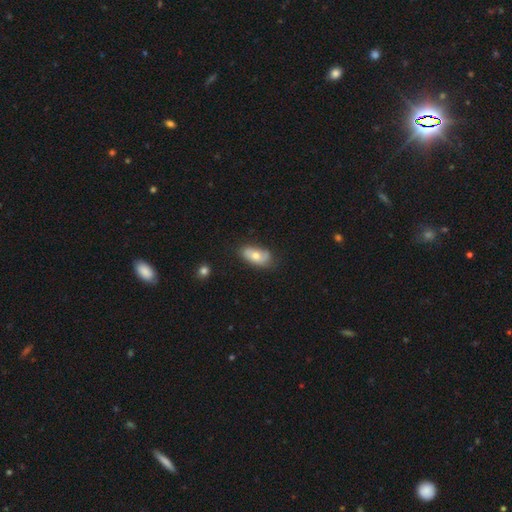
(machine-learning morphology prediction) Smooth or featured? Predicted: smooth (p=0.62). How rounded? Predicted: in between (p=0.91). Merging? Predicted: none (p=0.70).